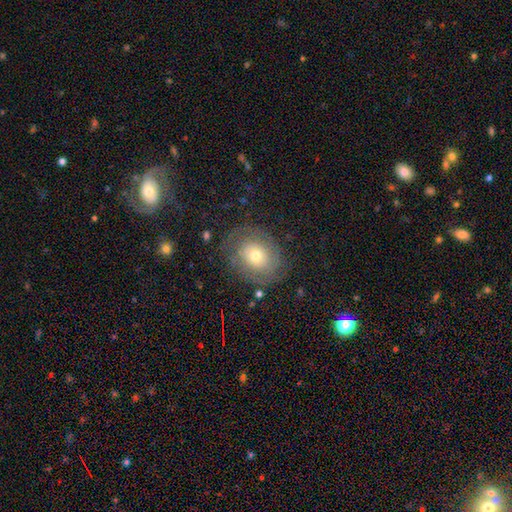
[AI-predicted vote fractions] featured or disk 50%, smooth 39%, star or artifact 10%. Down the decision tree: edge-on disk — no (95%); merging — none (73%).